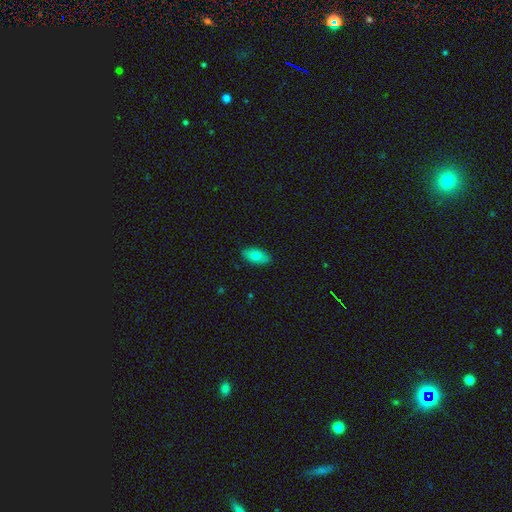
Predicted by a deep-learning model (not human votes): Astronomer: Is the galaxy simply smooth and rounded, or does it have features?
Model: smooth — 75%.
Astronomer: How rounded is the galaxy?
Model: in between — 92%.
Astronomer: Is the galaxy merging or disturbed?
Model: none — 88%.